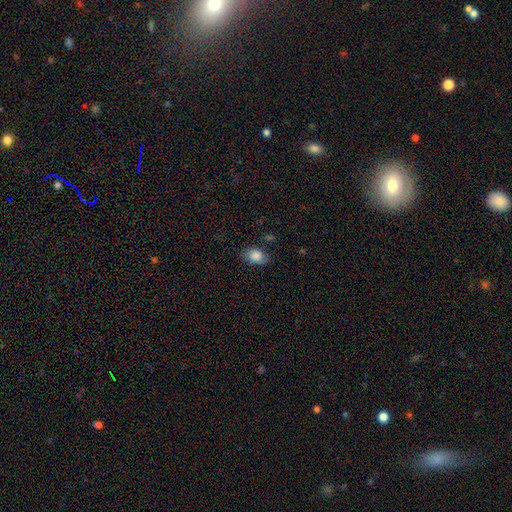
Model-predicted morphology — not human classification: Smooth or featured? smooth (85%)
How rounded? in between (85%)
Merging? none (75%)